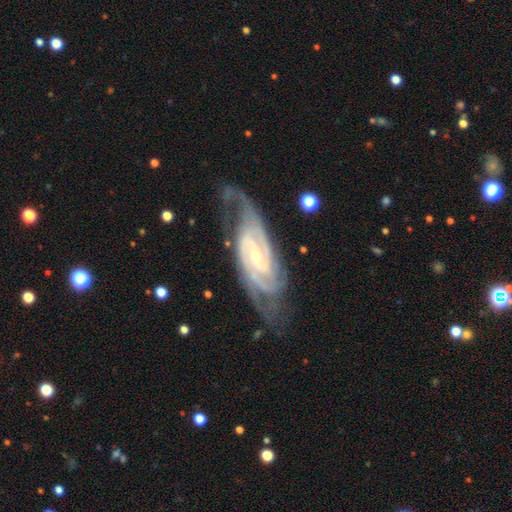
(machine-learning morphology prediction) smooth-or-featured: featured or disk: 92% | star or artifact: 5% | smooth: 3%
  disk-edge-on: no: 95% | yes: 5%
    bar: weak: 43% | no: 30% | strong: 26%
    has-spiral-arms: yes: 98% | no: 2%
      spiral-winding: tight: 57% | medium: 36% | loose: 6%
      spiral-arm-count: 2: 43% | 3: 22% | can't tell: 13% | 4: 11% | more than 4: 5% | 1: 5%
    bulge-size: small: 73% | moderate: 23% | none: 2% | large: 1% | dominant: 1%
  merging: none: 65% | minor disturbance: 21% | major disturbance: 12% | merger: 2%